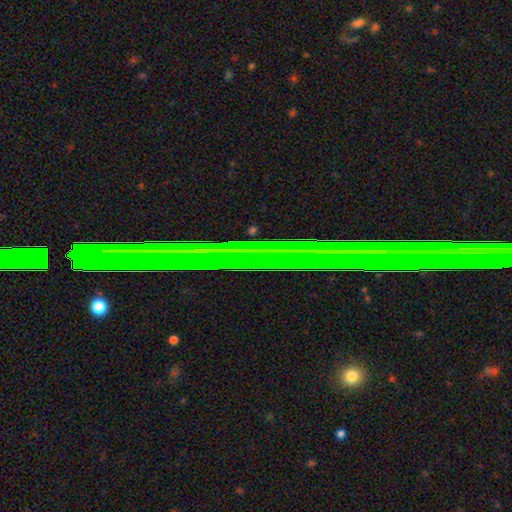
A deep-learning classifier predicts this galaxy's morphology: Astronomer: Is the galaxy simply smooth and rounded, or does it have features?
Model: star or artifact — 66%.